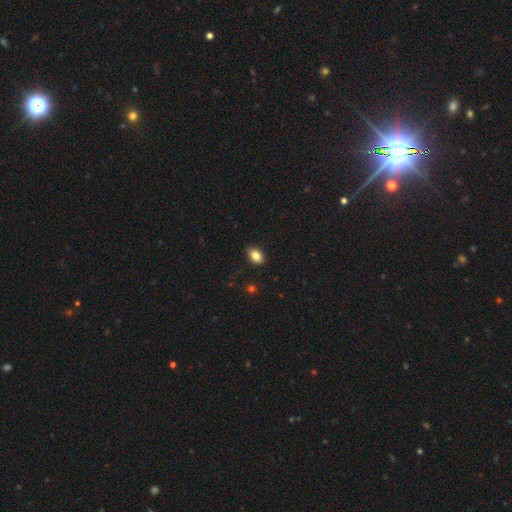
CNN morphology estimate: Smooth or featured? smooth (83%)
How rounded? in between (82%)
Merging? none (87%)